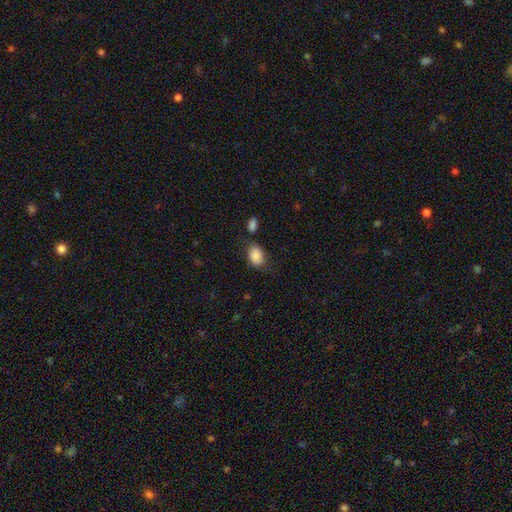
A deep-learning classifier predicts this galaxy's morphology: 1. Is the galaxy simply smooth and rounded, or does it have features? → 86% smooth, 7% star or artifact, 7% featured or disk.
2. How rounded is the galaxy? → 81% in between, 18% round, 1% cigar-shaped.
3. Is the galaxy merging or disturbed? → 61% none, 24% minor disturbance, 8% merger, 7% major disturbance.